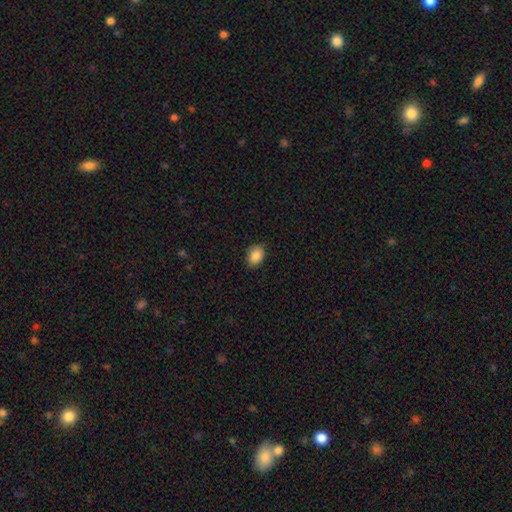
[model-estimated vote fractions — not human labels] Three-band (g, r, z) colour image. It shows a smooth galaxy with no disk features (88%) that is in between round and cigar-shaped (75%). Merging: none (85%).